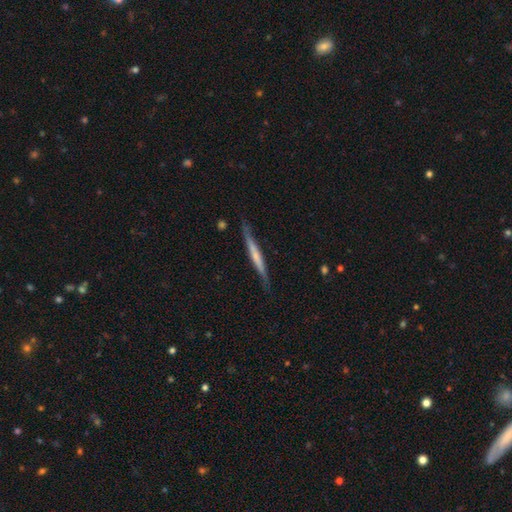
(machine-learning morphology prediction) A featured or disk galaxy (55%) viewed edge-on (95%) with no central bulge (64%).

Vote fractions:
- Smooth or featured? featured or disk: 55% / smooth: 40% / star or artifact: 5%
- Edge-on disk? yes: 95% / no: 5%
- Edge-on bulge? none: 64% / rounded: 21% / boxy: 15%
- Merging? none: 81% / minor disturbance: 14% / major disturbance: 3% / merger: 2%